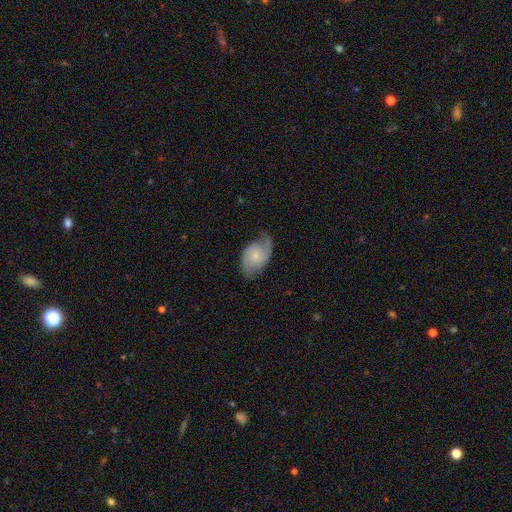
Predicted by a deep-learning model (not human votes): This appears to be a featured or disk galaxy (66%) with no bar (73%), 2 (82%) loose (41%) spiral arms (92%) and a small central bulge (66%). Merging: none (64%).